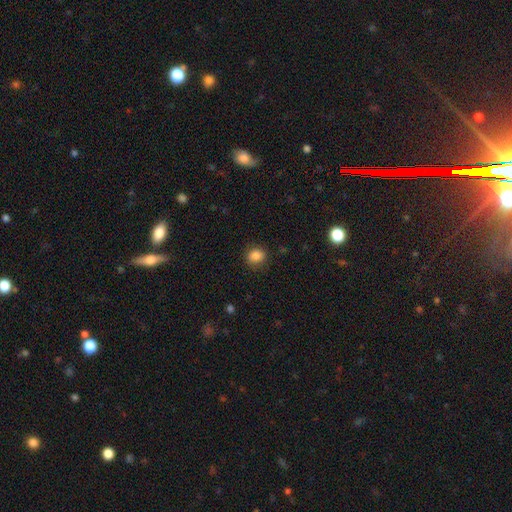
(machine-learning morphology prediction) A smooth galaxy with no disk features (85%) that is round (67%). Merging: none (85%).